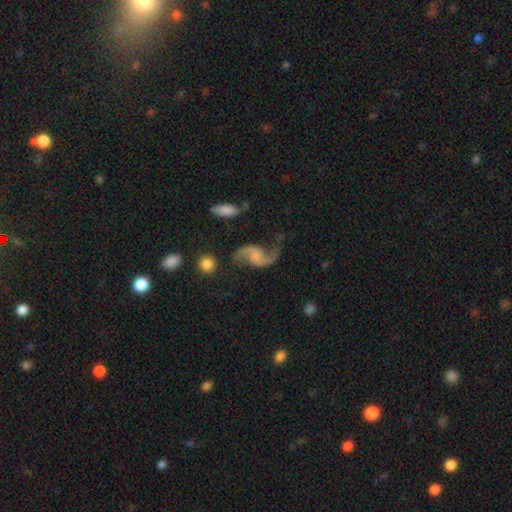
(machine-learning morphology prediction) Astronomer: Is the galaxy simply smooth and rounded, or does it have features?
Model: featured or disk — 87%.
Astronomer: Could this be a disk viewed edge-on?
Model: no — 97%.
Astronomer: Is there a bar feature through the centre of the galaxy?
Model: no — 57% (runner-up: weak, 35%).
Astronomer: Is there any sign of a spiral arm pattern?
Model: yes — 96%.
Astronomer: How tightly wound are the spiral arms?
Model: loose — 86%.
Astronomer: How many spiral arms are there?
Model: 2 — 93%.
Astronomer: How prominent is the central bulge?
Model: none — 51%.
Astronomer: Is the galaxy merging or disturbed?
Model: none — 67%.